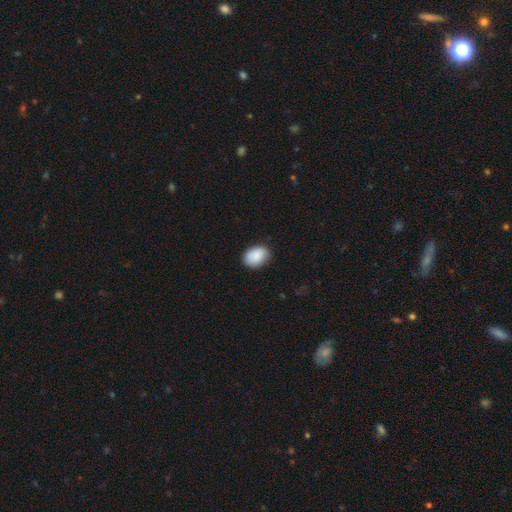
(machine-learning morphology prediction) Smooth or featured? smooth (89%)
How rounded? in between (82%)
Merging? none (82%)